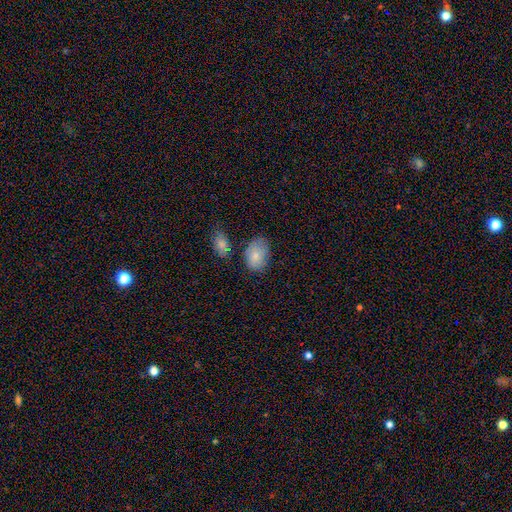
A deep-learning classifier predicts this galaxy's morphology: A smooth galaxy with no disk features (82%) that is in between round and cigar-shaped (86%). Merging: none (69%).